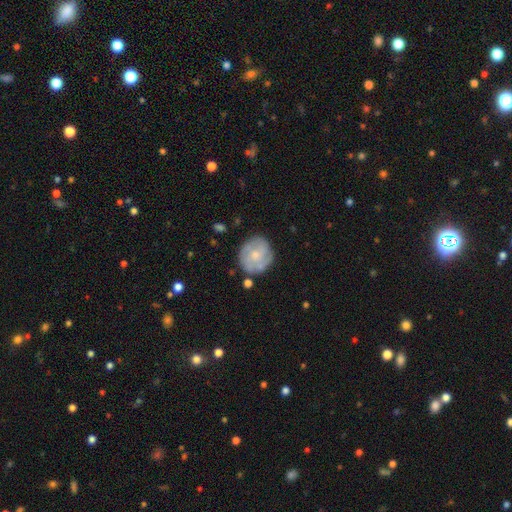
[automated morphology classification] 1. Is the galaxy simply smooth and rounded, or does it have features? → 52% featured or disk, 42% smooth, 6% star or artifact.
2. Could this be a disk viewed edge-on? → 97% no, 3% yes.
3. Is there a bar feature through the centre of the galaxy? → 79% no, 18% weak, 3% strong.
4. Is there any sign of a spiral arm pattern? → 61% yes, 39% no.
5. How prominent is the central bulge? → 54% small, 39% moderate, 4% none, 2% large, 1% dominant.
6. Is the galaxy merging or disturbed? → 74% none, 17% minor disturbance, 5% major disturbance, 4% merger.